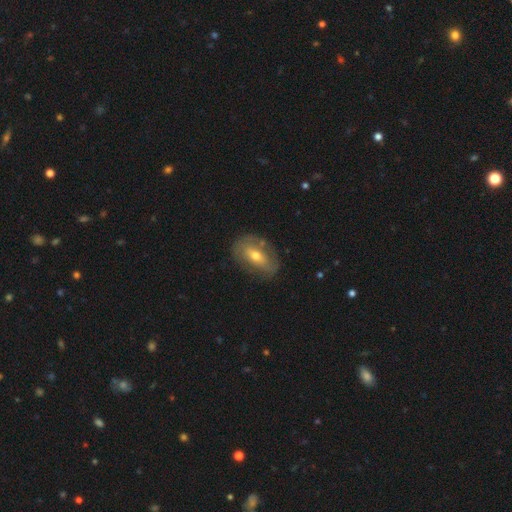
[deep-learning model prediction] A featured or disk galaxy (52%). Merging: none (73%).